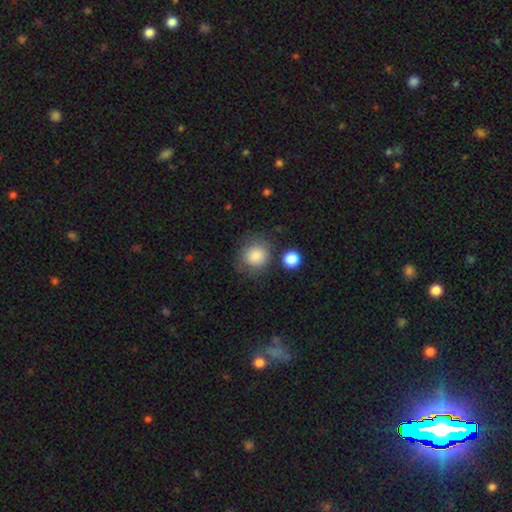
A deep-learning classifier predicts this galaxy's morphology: smooth 84%, featured or disk 8%, star or artifact 8%. Down the decision tree: how rounded — round (81%); merging — none (67%).